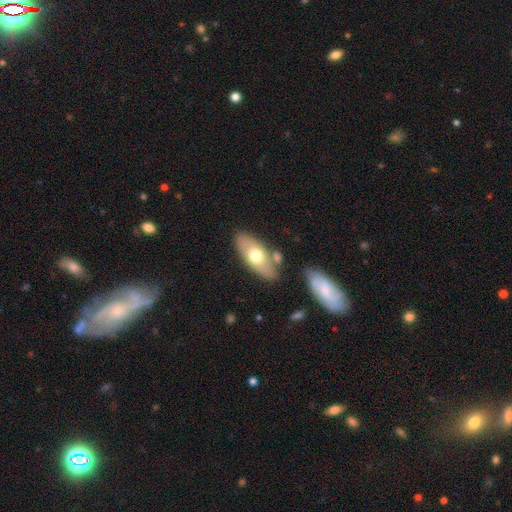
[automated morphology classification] This appears to be a smooth galaxy with no disk features (62%) that is in between round and cigar-shaped (86%). Merging: none (75%).